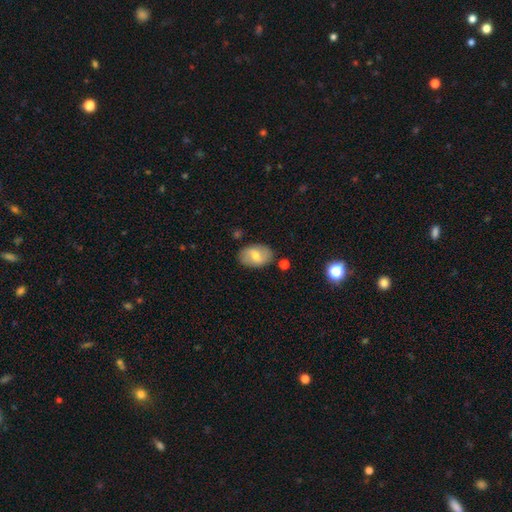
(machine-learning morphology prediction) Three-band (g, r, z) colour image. It shows a smooth galaxy with no disk features (58%) that is in between round and cigar-shaped (85%). Merging: none (81%).